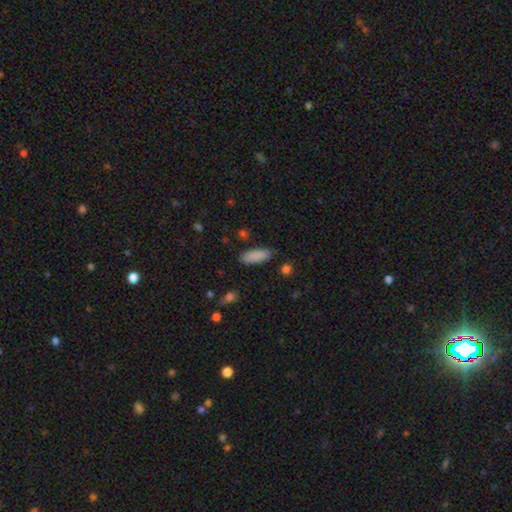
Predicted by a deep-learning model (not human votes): Smooth or featured? Predicted: smooth (p=0.89). How rounded? Predicted: in between (p=0.73). Merging? Predicted: none (p=0.85).